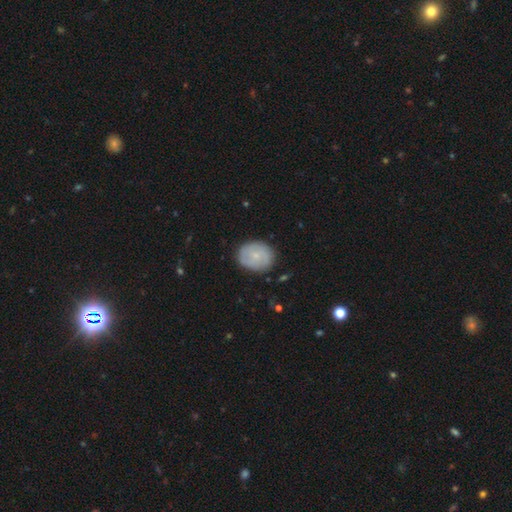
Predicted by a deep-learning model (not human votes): Smooth or featured? Predicted: smooth (p=0.60). How rounded? Predicted: round (p=0.61). Merging? Predicted: none (p=0.82).